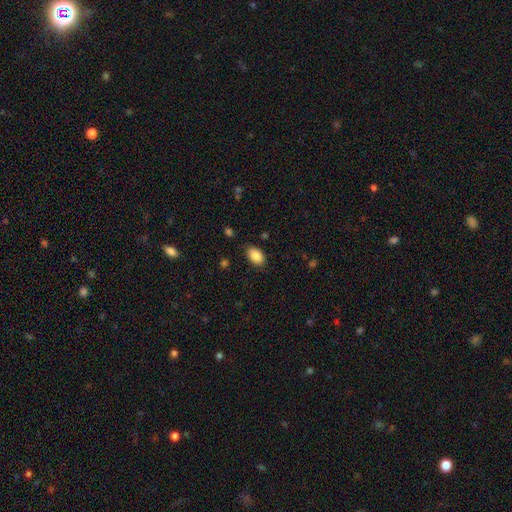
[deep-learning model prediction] Smooth or featured? smooth (88%)
How rounded? in between (90%)
Merging? none (84%)